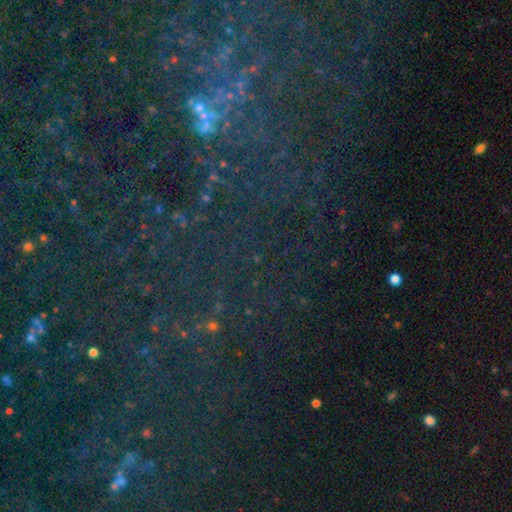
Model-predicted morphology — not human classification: smooth_or_featured: star or artifact (p=0.77) [alt: featured or disk p=0.12]